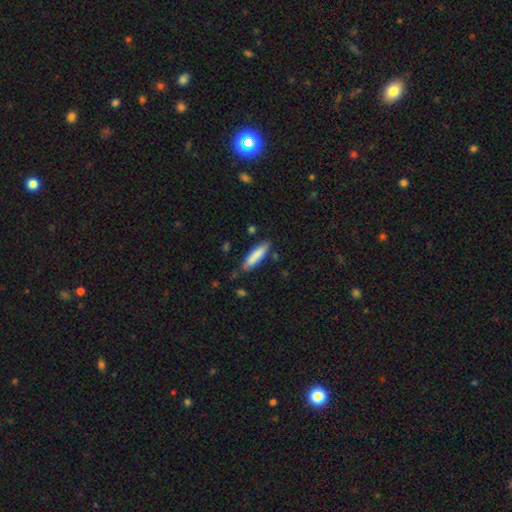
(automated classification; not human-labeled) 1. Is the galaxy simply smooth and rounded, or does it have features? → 83% smooth, 11% featured or disk, 6% star or artifact.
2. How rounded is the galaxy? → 73% cigar-shaped, 25% in between, 1% round.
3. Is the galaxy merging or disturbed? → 80% none, 15% minor disturbance, 3% merger, 3% major disturbance.